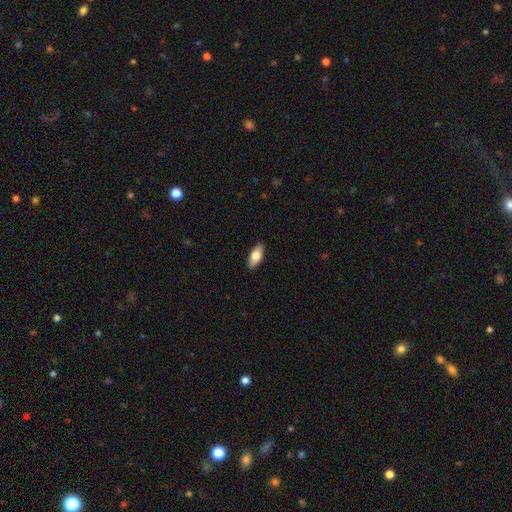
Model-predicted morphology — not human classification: smooth 78%, featured or disk 16%, star or artifact 6%. Down the decision tree: how rounded — in between (85%); merging — none (89%).